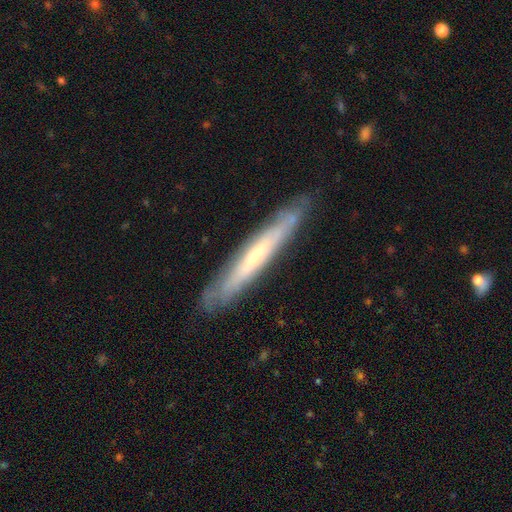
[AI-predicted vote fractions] Smooth or featured? featured or disk (63%)
Edge-on disk? yes (79%)
Edge-on bulge? none (50%)
Merging? none (83%)